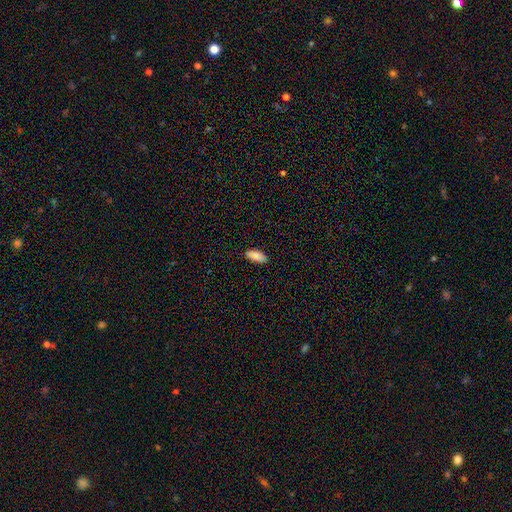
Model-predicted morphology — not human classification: This appears to be a smooth galaxy with no disk features (89%) that is in between round and cigar-shaped (82%). Merging: none (88%).